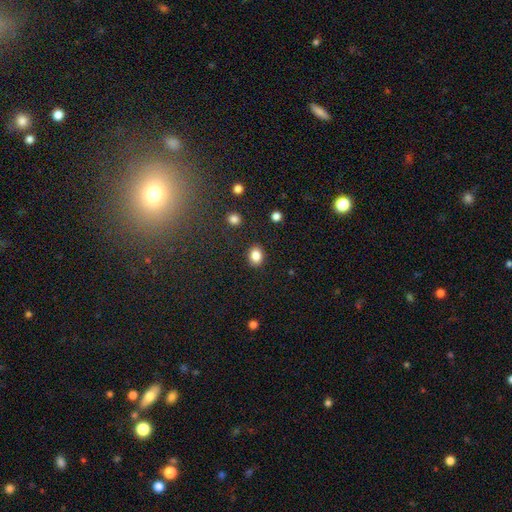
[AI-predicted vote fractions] The model was most divided on "how rounded": in between: 53%, round: 46%, cigar-shaped: 1%. More confident: merging — none (88%); smooth or featured — smooth (85%).